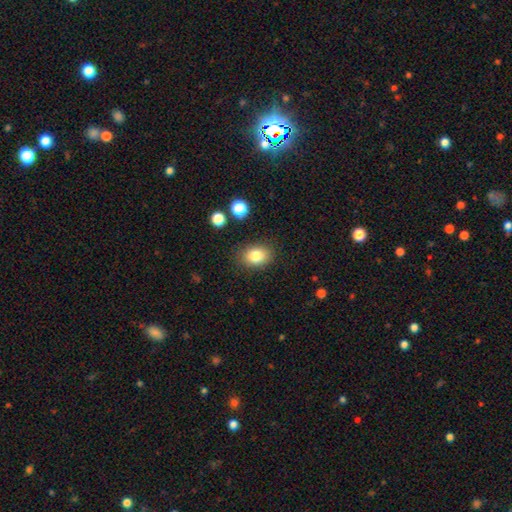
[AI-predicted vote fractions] Q: Smooth or featured?
A: smooth (82%); runner-up: star or artifact (10%)
Q: How rounded?
A: in between (69%); runner-up: round (30%)
Q: Merging?
A: none (84%); runner-up: minor disturbance (11%)